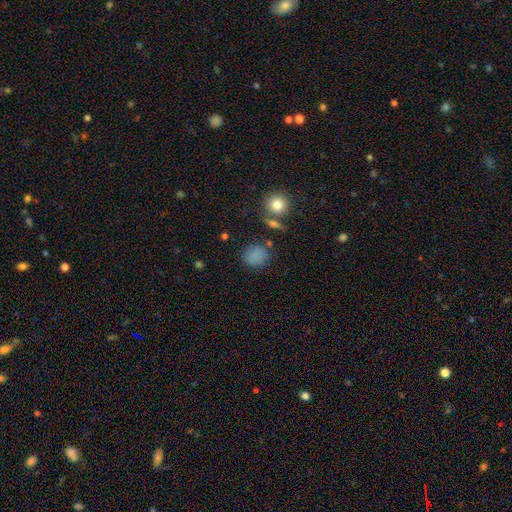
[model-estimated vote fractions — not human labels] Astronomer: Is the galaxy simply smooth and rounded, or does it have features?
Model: smooth — 82%.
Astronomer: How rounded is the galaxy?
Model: round — 80%.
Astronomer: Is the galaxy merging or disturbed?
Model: none — 78%.